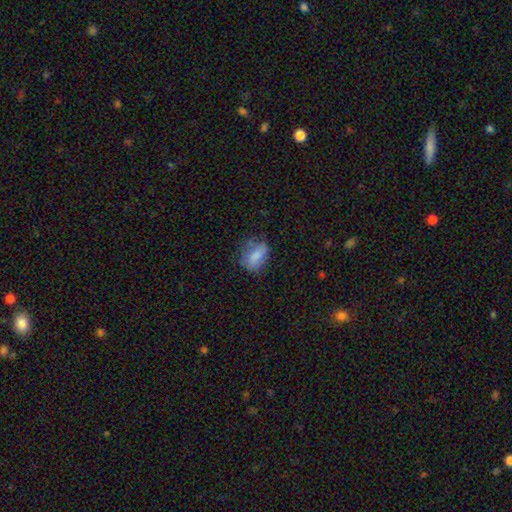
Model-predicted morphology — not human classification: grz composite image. It shows a smooth galaxy with no disk features (73%) that is in between round and cigar-shaped (76%). Merging: none (52%).